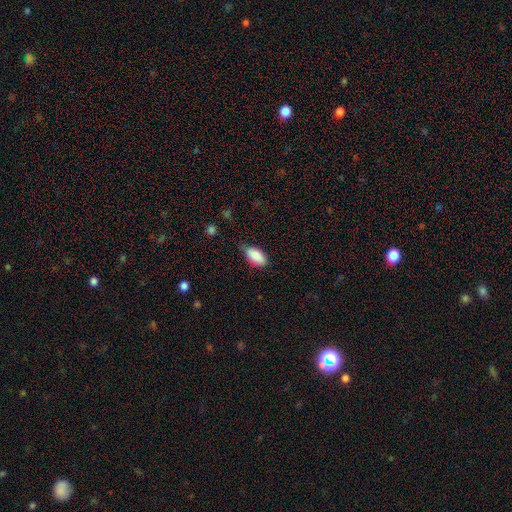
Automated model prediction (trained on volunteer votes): This appears to be a smooth galaxy with no disk features (87%) that is in between round and cigar-shaped (94%). Merging: none (69%).